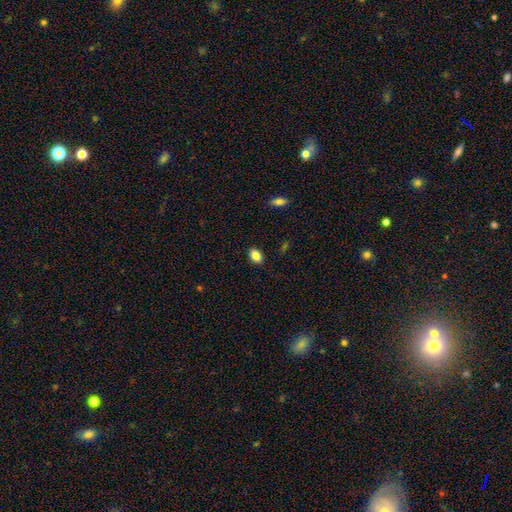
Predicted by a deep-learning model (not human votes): smooth 87%, star or artifact 8%, featured or disk 5%. Down the decision tree: how rounded — in between (87%); merging — none (88%).